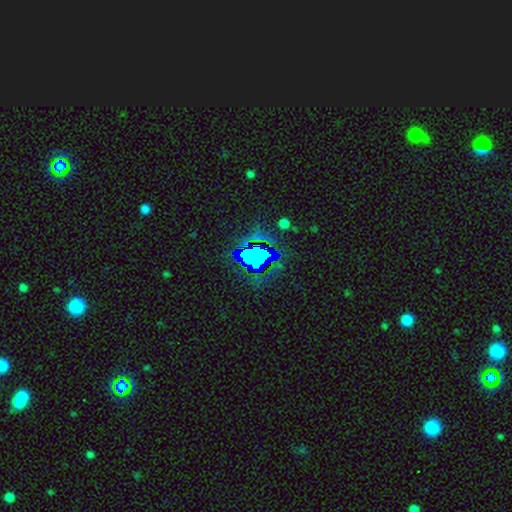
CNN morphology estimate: A star or artifact, not a galaxy (81%).